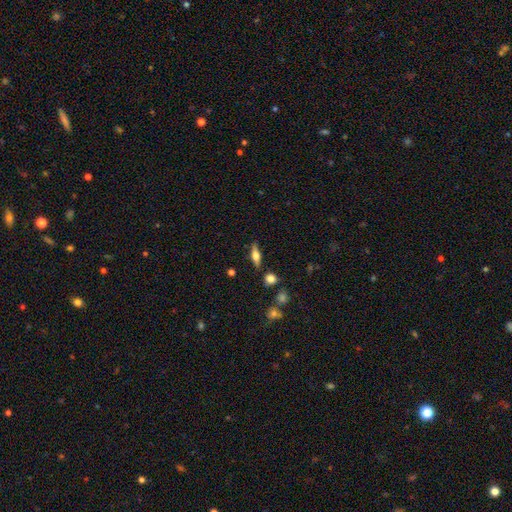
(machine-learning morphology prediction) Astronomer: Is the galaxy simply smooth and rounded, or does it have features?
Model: featured or disk — 46% (runner-up: smooth, 45%).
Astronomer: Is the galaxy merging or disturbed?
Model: none — 82%.